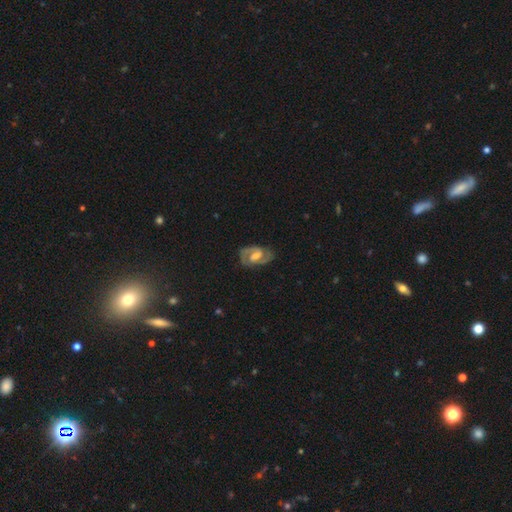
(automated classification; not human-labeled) Smooth or featured: featured or disk — 84% (smooth — 11%)
Edge-on disk: no — 97% (yes — 3%)
Bar: weak — 55% (strong — 27%)
Spiral arms: yes — 95% (no — 5%)
Spiral winding: medium — 54% (tight — 34%)
Spiral arm count: 2 — 90% (can't tell — 5%)
Bulge size: moderate — 48% (small — 29%)
Merging: none — 80% (minor disturbance — 14%)